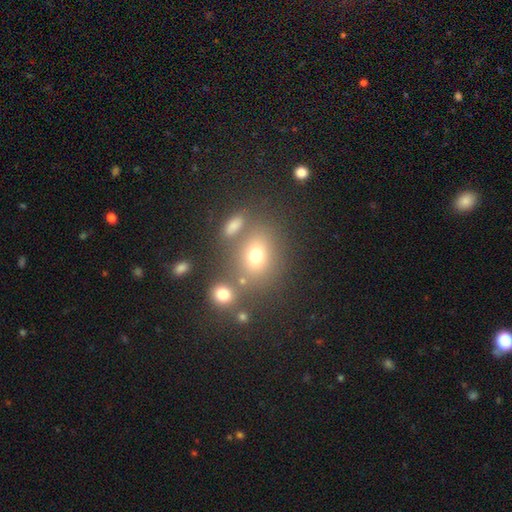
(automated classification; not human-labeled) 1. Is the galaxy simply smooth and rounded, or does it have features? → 70% smooth, 17% star or artifact, 12% featured or disk.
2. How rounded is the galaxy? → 60% round, 39% in between, 2% cigar-shaped.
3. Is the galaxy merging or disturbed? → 64% none, 18% merger, 12% minor disturbance, 6% major disturbance.